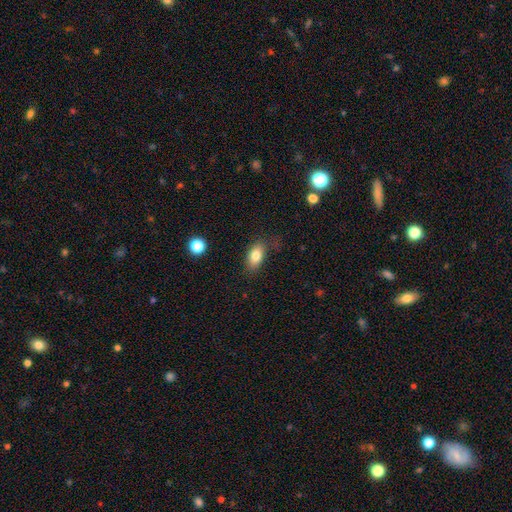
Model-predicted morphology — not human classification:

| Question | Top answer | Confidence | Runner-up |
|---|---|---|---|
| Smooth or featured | smooth | 82% | featured or disk (10%) |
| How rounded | in between | 88% | round (8%) |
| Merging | none | 73% | minor disturbance (19%) |